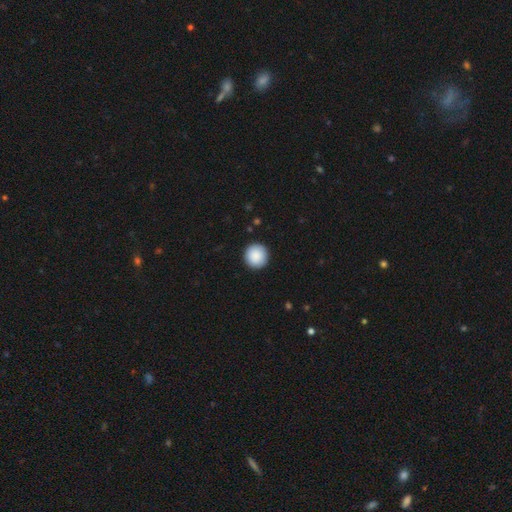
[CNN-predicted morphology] Overall: smooth (90%). How rounded: round (96%). Merging: none (92%).